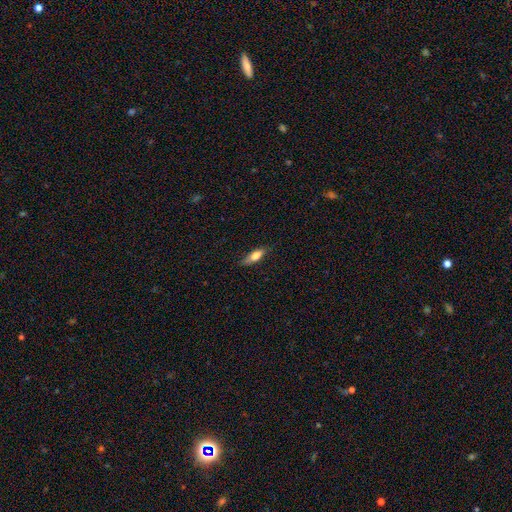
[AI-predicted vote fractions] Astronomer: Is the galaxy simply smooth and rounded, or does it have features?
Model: smooth — 72%.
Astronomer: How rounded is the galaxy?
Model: in between — 55% (runner-up: cigar-shaped, 42%).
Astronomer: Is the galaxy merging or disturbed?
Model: none — 78%.